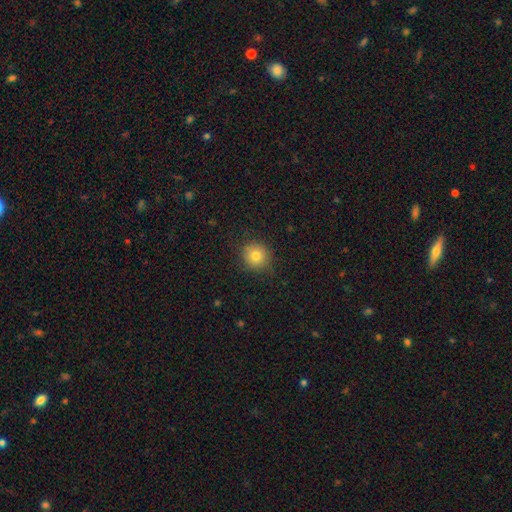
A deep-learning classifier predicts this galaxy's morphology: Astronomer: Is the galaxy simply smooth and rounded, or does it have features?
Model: smooth — 79%.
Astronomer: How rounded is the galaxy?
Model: round — 89%.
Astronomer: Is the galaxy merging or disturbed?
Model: none — 84%.